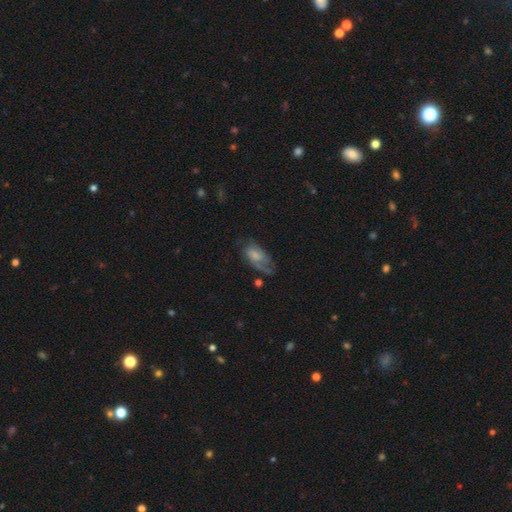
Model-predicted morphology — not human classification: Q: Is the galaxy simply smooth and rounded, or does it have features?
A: featured or disk — 46%.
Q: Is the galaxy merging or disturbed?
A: none — 39%.